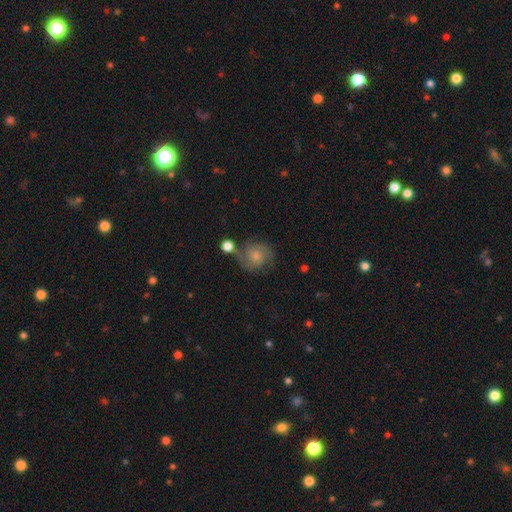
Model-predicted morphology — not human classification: Smooth or featured? Predicted: featured or disk (p=0.58). Edge-on disk? Predicted: no (p=0.98). Bar? Predicted: no (p=0.74). Spiral arms? Predicted: yes (p=0.91). Spiral winding? Predicted: medium (p=0.46). Spiral arm count? Predicted: 2 (p=0.69). Bulge size? Predicted: small (p=0.51). Merging? Predicted: none (p=0.60).